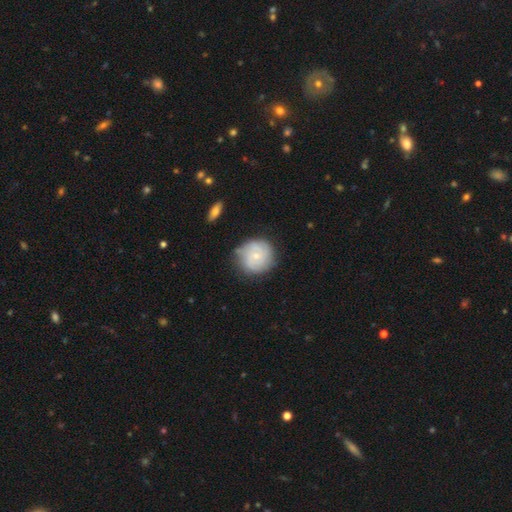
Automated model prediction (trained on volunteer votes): Overall: featured or disk (57%; smooth 37%). Edge-on disk: no (98%). Bar: no (73%). Spiral arms: yes (85%). Bulge size: small (74%). Merging: none (73%).